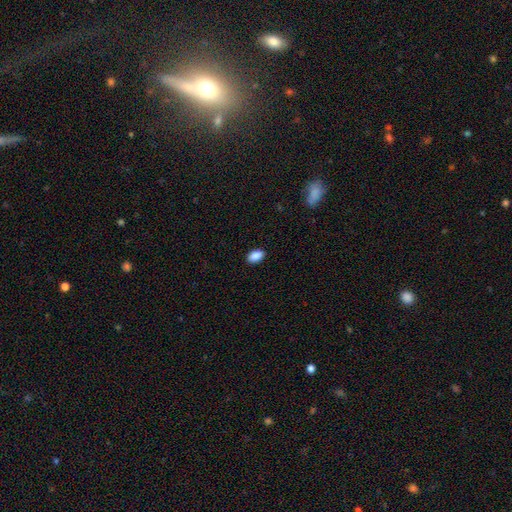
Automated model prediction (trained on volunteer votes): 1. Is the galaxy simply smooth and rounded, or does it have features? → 89% smooth, 8% star or artifact, 3% featured or disk.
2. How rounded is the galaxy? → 91% in between, 7% round, 2% cigar-shaped.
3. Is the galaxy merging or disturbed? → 88% none, 9% minor disturbance, 2% major disturbance, 1% merger.